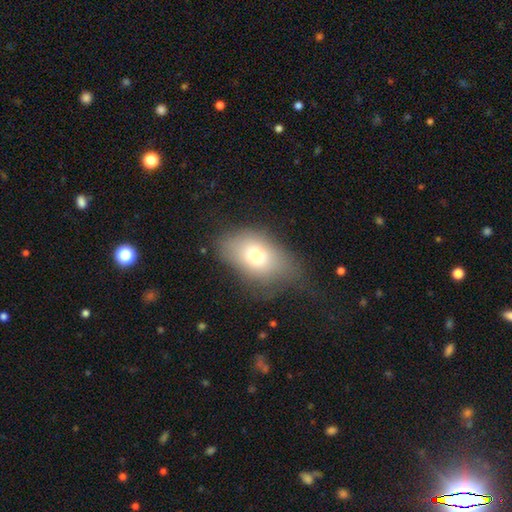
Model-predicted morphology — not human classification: This is likely a smooth galaxy (72%). How rounded: clearly in between (83%). Merging: possibly none (53%).